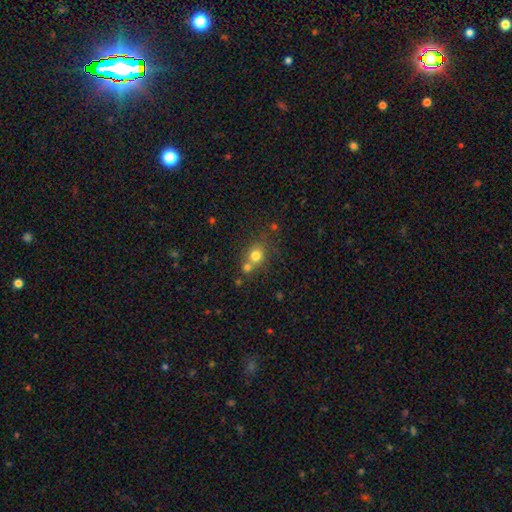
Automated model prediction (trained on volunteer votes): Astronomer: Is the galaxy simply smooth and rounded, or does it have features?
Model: smooth — 75%.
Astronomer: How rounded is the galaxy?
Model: round — 80%.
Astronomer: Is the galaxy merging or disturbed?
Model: none — 51% (runner-up: merger, 36%).